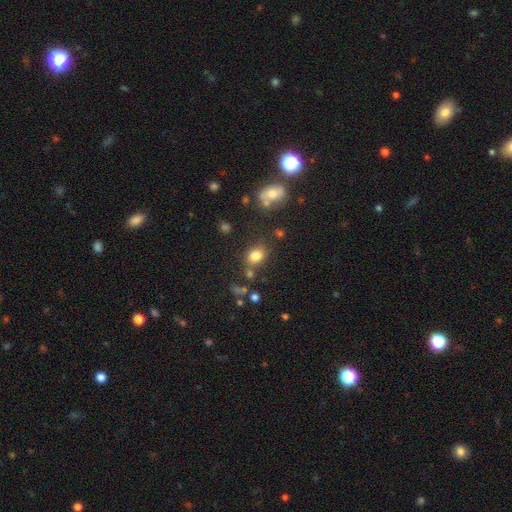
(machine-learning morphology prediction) smooth_or_featured: smooth (p=0.80) [alt: star or artifact p=0.13]
how_rounded: in between (p=0.54) [alt: round p=0.45]
merging: none (p=0.71) [alt: minor disturbance p=0.14]